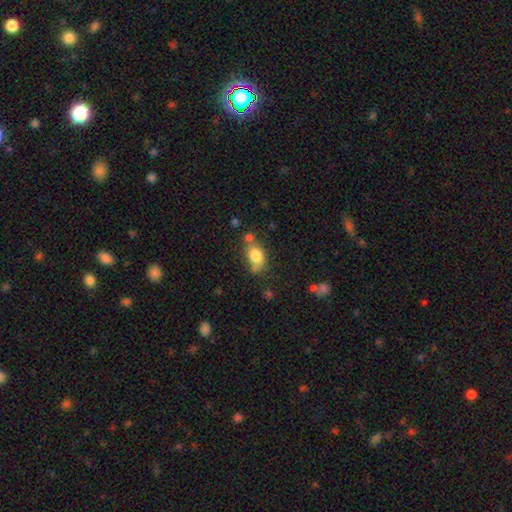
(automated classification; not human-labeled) Smooth or featured? smooth (80%)
How rounded? in between (77%)
Merging? none (51%)